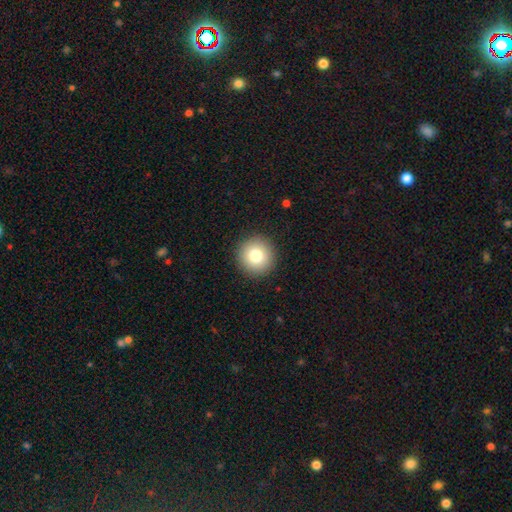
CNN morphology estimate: Overall: smooth (80%). How rounded: round (95%). Merging: none (92%).